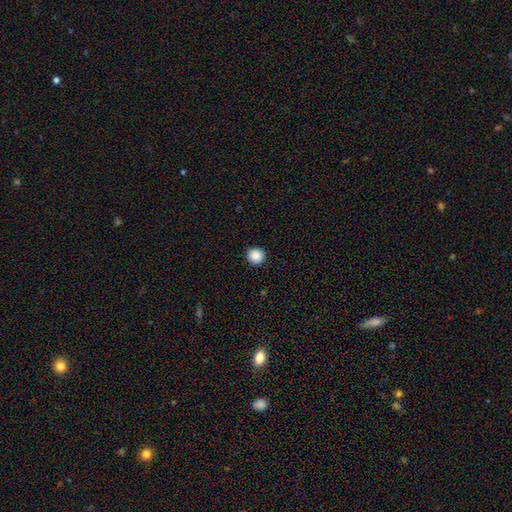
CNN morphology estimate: Smooth or featured? smooth (88%)
How rounded? round (95%)
Merging? none (93%)